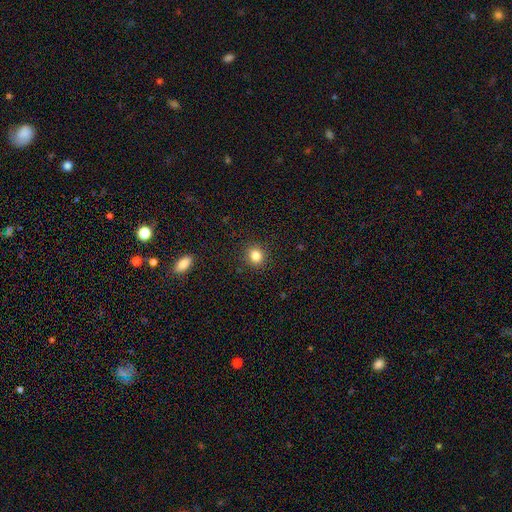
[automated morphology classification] This appears to be a smooth galaxy with no disk features (83%) that is round (86%). Merging: none (91%).